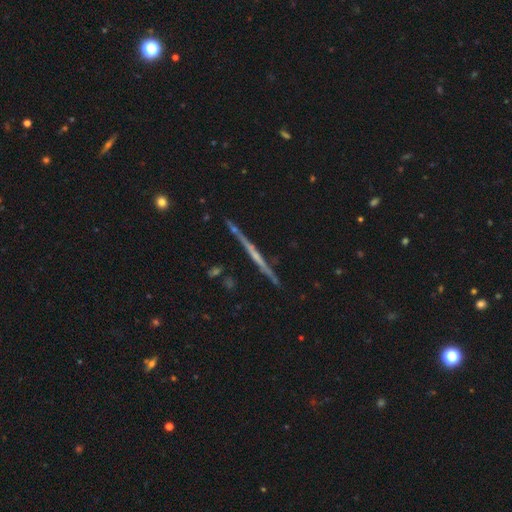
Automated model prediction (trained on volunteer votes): Smooth or featured: featured or disk — 73% (smooth — 20%)
Edge-on disk: yes — 97% (no — 3%)
Edge-on bulge: none — 73% (rounded — 19%)
Merging: none — 87% (minor disturbance — 9%)